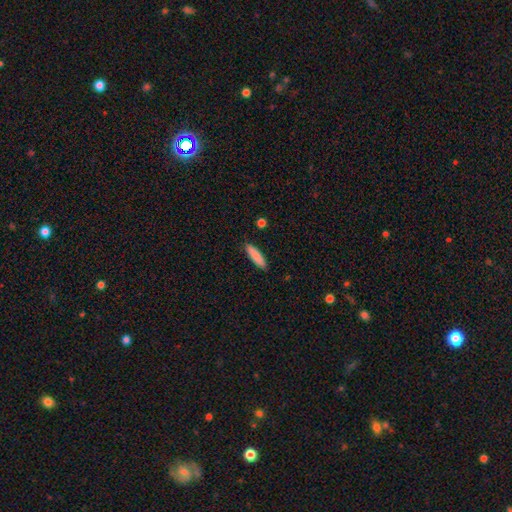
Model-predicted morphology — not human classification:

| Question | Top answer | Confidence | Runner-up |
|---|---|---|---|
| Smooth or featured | smooth | 87% | featured or disk (7%) |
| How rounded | cigar-shaped | 71% | in between (27%) |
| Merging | none | 89% | minor disturbance (8%) |